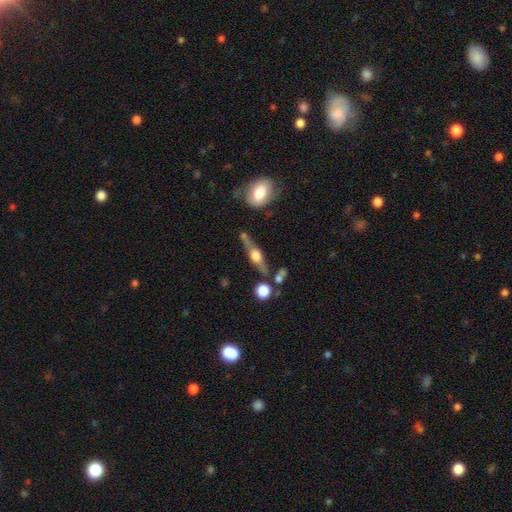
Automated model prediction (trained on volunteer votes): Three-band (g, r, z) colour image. It shows a featured or disk galaxy (69%) viewed edge-on (92%) with a rounded central bulge (92%). Merging: none (69%).